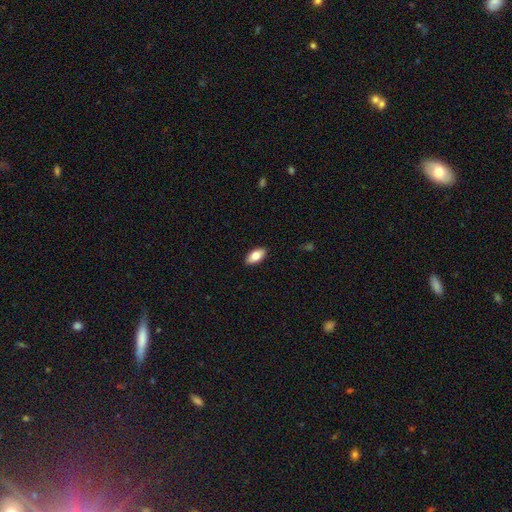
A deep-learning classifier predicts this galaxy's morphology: This appears to be a smooth galaxy with no disk features (78%) that is in between round and cigar-shaped (91%). Merging: none (90%).